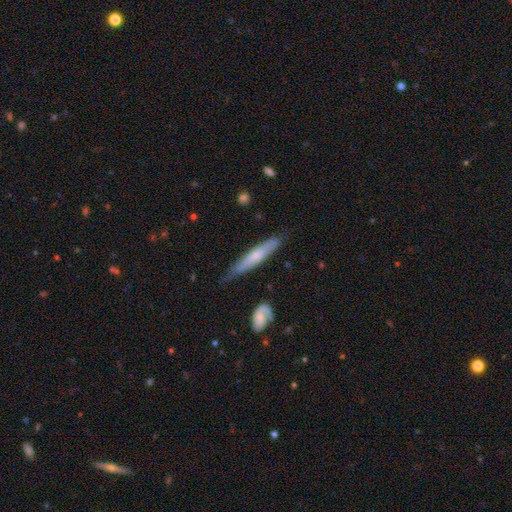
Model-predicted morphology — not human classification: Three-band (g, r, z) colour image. It shows a smooth galaxy with no disk features (52%) that is cigar-shaped (89%). Merging: none (69%).